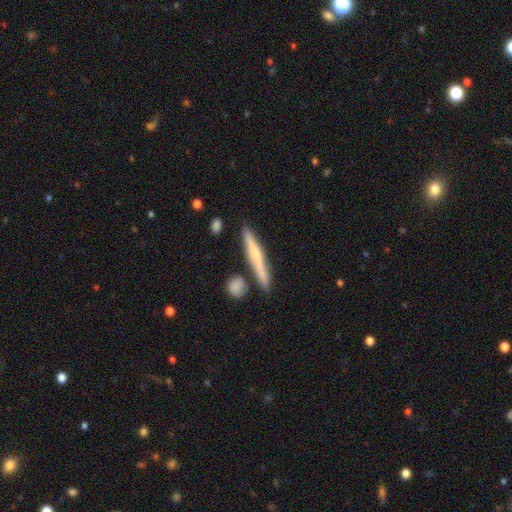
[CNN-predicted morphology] This is possibly a smooth galaxy (51%). How rounded: clearly cigar-shaped (93%). Merging: clearly none (81%).